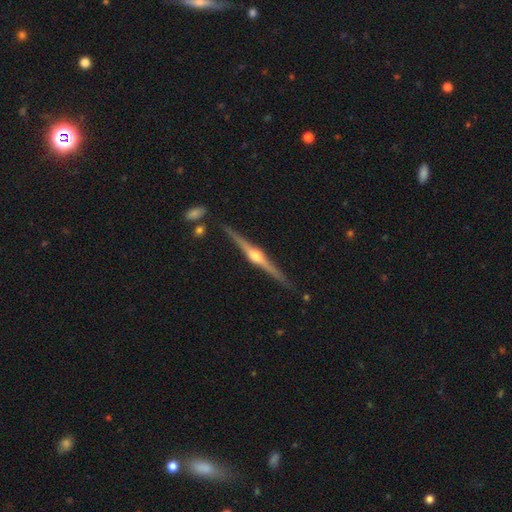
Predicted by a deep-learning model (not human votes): This appears to be a featured or disk galaxy (86%) viewed edge-on (98%) with a rounded central bulge (94%). Merging: none (89%).